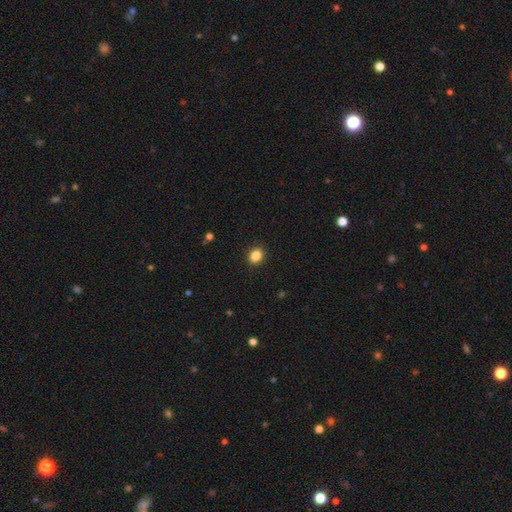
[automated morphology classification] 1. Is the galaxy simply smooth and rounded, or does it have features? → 86% smooth, 10% star or artifact, 4% featured or disk.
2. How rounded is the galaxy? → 61% round, 39% in between, 1% cigar-shaped.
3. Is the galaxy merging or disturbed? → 91% none, 6% minor disturbance, 2% major disturbance, 1% merger.